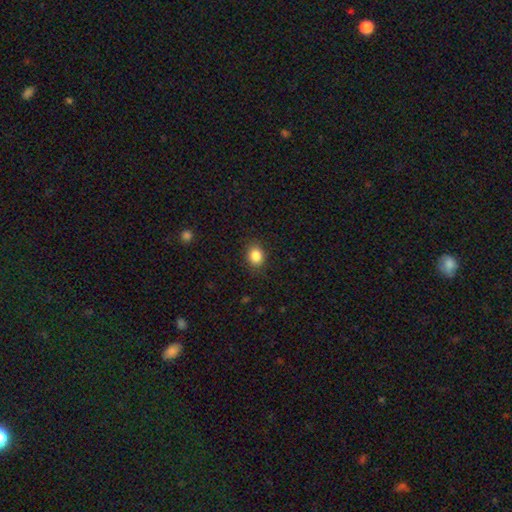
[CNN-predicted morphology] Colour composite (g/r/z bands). It shows a smooth galaxy with no disk features (86%) that is round (57%). Merging: none (87%).